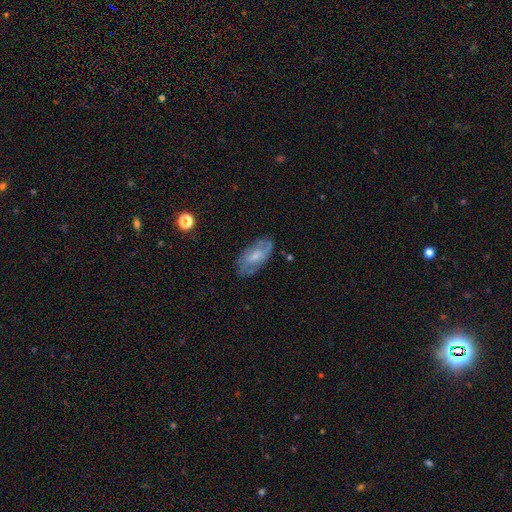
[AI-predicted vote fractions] Smooth or featured?
  - smooth: 47% *
  - featured or disk: 46%
  - star or artifact: 7%
Merging?
  - none: 68% *
  - minor disturbance: 23%
  - major disturbance: 8%
  - merger: 2%